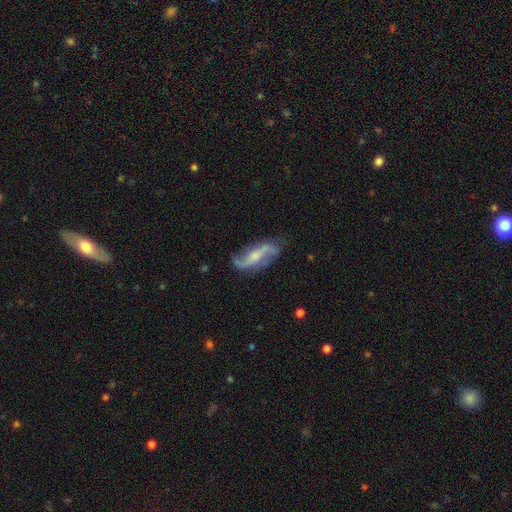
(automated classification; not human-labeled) The model was most divided on "bar" (2-way tie): weak: 37%, no: 37%, strong: 26%. Remaining: spiral arms — yes (94%); spiral arm count — 2 (91%); edge-on disk — no (90%); smooth or featured — featured or disk (81%); spiral winding — loose (75%); merging — none (72%); bulge size — small (43%).